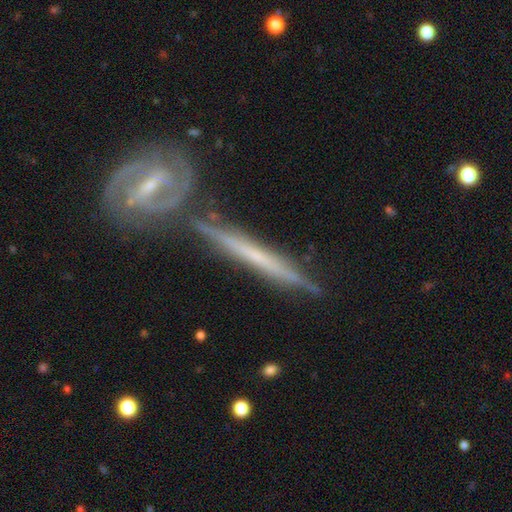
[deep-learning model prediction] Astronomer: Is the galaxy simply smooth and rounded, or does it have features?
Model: featured or disk — 72%.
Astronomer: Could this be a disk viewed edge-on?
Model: yes — 81%.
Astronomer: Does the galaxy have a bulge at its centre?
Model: none — 79%.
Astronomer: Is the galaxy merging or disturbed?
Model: none — 66%.